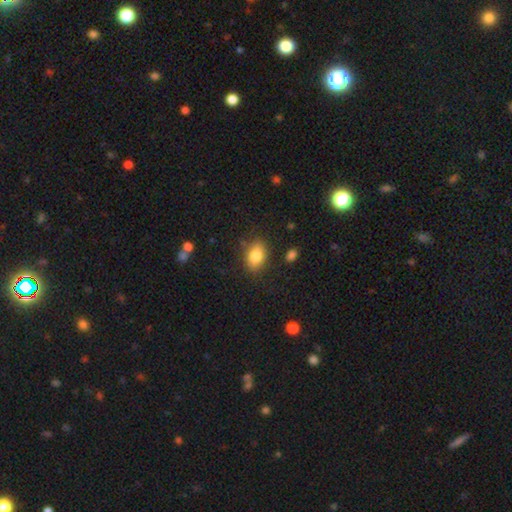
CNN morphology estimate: smooth 83%, featured or disk 9%, star or artifact 8%. Down the decision tree: how rounded — in between (84%); merging — none (80%).